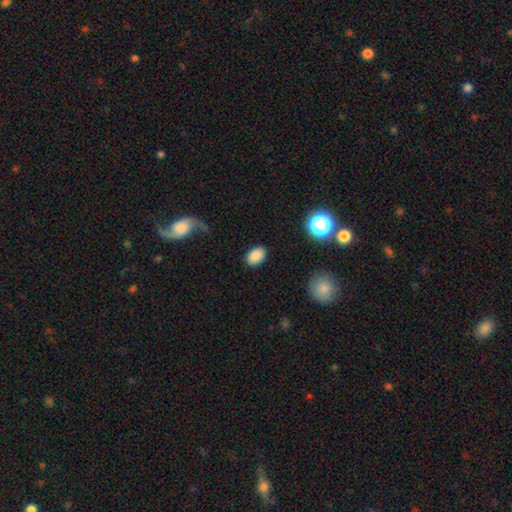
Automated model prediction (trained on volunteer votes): Morphology: type=smooth (86%); roundness=in between (82%); merging=none (87%).